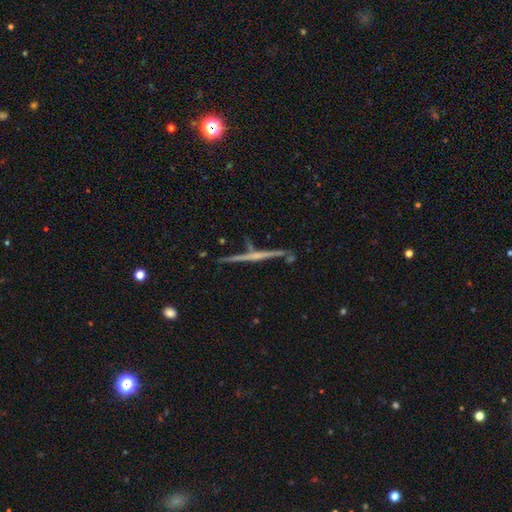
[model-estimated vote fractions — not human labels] Smooth or featured?
  - featured or disk: 77% *
  - smooth: 15%
  - star or artifact: 8%
Edge-on disk?
  - yes: 98% *
  - no: 2%
Edge-on bulge?
  - none: 48% *
  - rounded: 43%
  - boxy: 9%
Merging?
  - none: 83% *
  - minor disturbance: 10%
  - merger: 5%
  - major disturbance: 3%